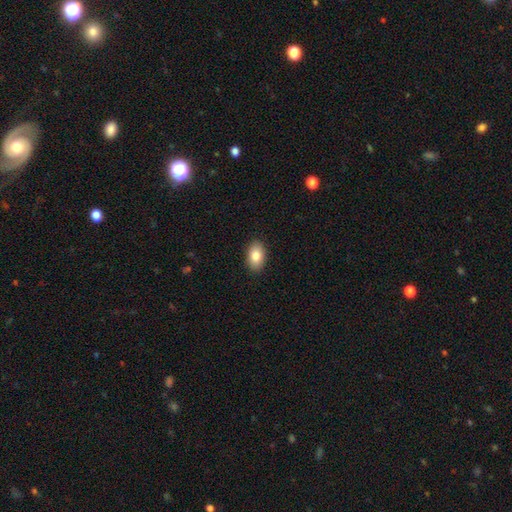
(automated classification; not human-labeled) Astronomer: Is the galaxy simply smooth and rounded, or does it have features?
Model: smooth — 85%.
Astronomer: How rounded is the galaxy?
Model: in between — 91%.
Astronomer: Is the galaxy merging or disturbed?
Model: none — 90%.